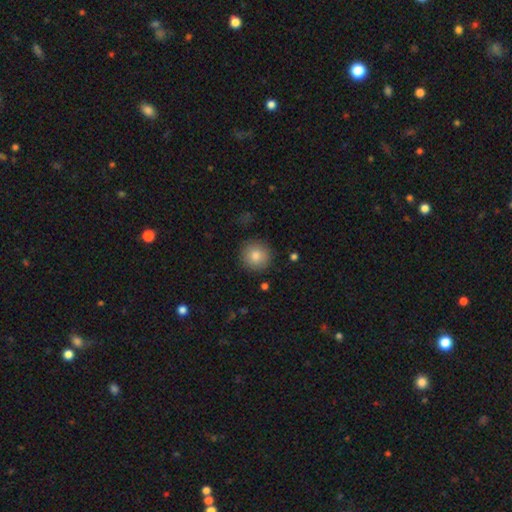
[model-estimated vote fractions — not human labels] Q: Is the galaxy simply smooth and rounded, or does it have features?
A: smooth — 83%.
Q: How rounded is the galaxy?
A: round — 93%.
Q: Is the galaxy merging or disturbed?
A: none — 90%.